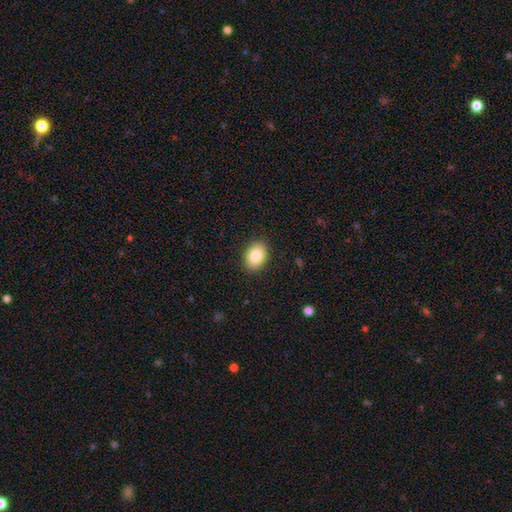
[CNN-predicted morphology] Smooth or featured: smooth — 84% (featured or disk — 8%)
How rounded: in between — 75% (round — 24%)
Merging: none — 88% (minor disturbance — 9%)